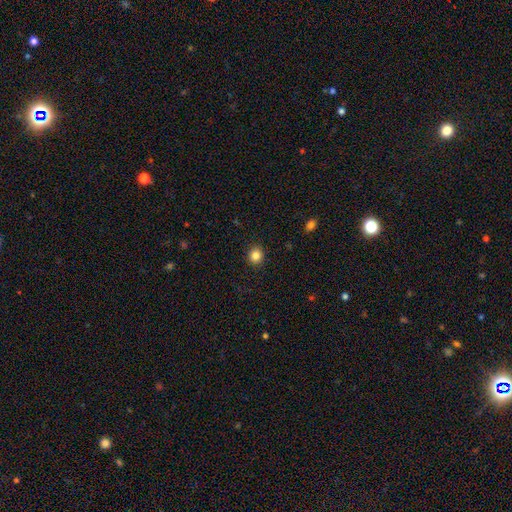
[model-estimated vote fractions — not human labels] A smooth galaxy with no disk features (84%) that is round (84%).

Vote fractions:
- Smooth or featured? smooth: 84% / star or artifact: 11% / featured or disk: 5%
- How rounded? round: 84% / in between: 15% / cigar-shaped: 1%
- Merging? none: 92% / minor disturbance: 6% / major disturbance: 2% / merger: 1%